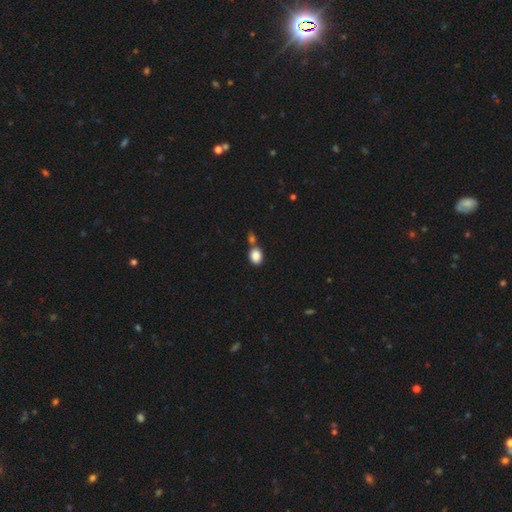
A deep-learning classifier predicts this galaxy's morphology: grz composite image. It shows a smooth galaxy with no disk features (87%) that is in between round and cigar-shaped (64%). Merging: none (56%).